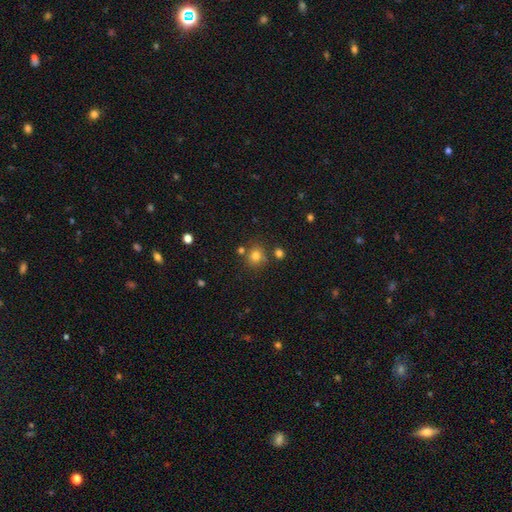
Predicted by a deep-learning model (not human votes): Smooth or featured? smooth (78%)
How rounded? round (83%)
Merging? none (74%)